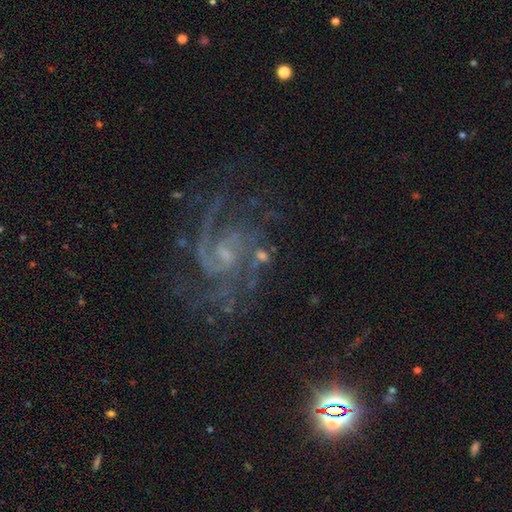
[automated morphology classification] Smooth or featured: featured or disk — 89% (star or artifact — 7%)
Edge-on disk: no — 98% (yes — 2%)
Bar: weak — 52% (no — 36%)
Spiral arms: yes — 97% (no — 3%)
Spiral winding: medium — 53% (tight — 33%)
Spiral arm count: 2 — 39% (3 — 23%)
Bulge size: small — 59% (moderate — 23%)
Merging: none — 62% (major disturbance — 17%)